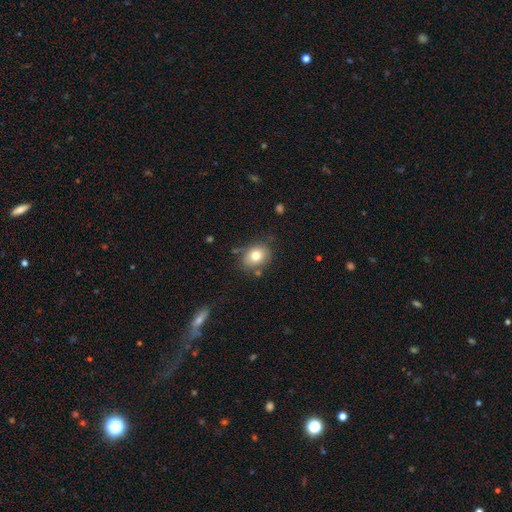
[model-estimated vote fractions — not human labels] Overall: smooth (76%). How rounded: in between (50%; round 49%). Merging: none (75%).